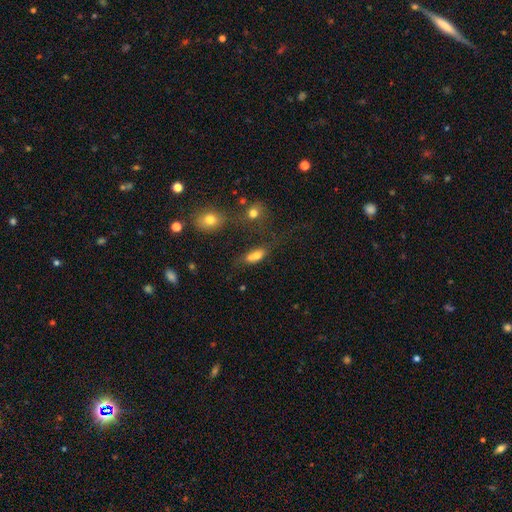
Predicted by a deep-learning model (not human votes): smooth-or-featured: smooth: 74% | featured or disk: 14% | star or artifact: 12%
  how-rounded: in between: 76% | cigar-shaped: 14% | round: 9%
  merging: none: 42% | merger: 26% | minor disturbance: 19% | major disturbance: 13%